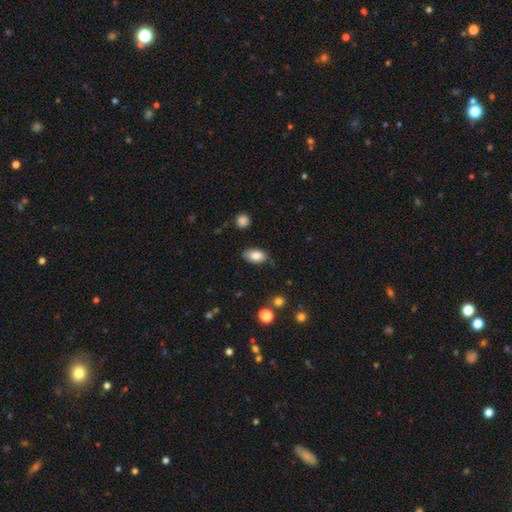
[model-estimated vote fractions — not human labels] This is clearly a smooth galaxy (83%). How rounded: clearly in between (91%). Merging: likely none (80%).